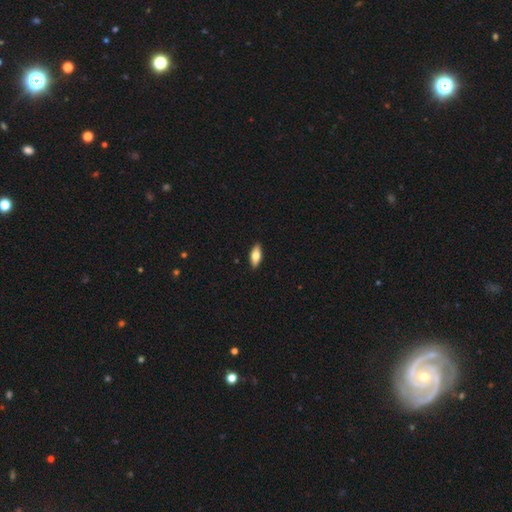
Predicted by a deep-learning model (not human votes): Smooth or featured? smooth (71%)
How rounded? in between (77%)
Merging? none (90%)